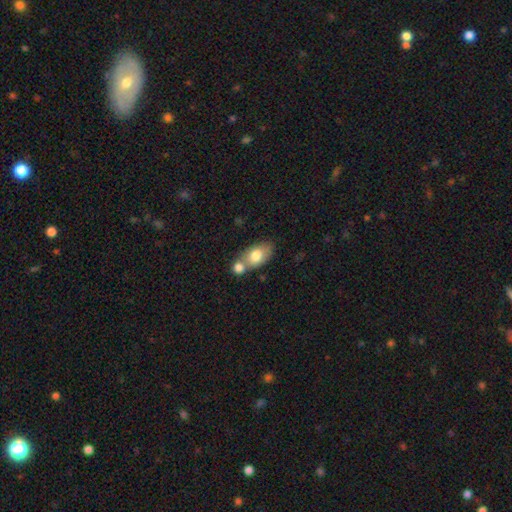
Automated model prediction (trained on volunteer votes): smooth-or-featured: smooth: 75% | featured or disk: 18% | star or artifact: 7%
  how-rounded: in between: 86% | round: 10% | cigar-shaped: 3%
  merging: merger: 46% | none: 40% | minor disturbance: 11% | major disturbance: 4%